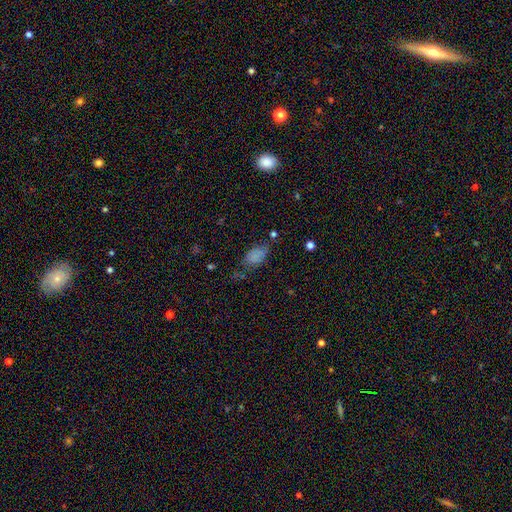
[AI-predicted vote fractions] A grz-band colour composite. It shows a smooth galaxy with no disk features (78%) that is in between round and cigar-shaped (91%). Merging: none (54%).